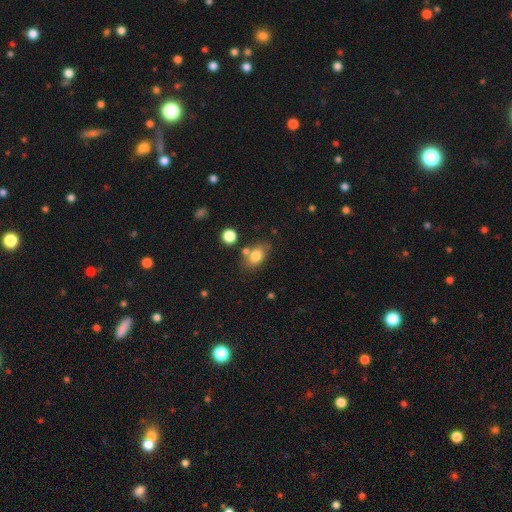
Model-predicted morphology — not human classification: Smooth or featured? Predicted: smooth (p=0.79). How rounded? Predicted: in between (p=0.74). Merging? Predicted: none (p=0.61).